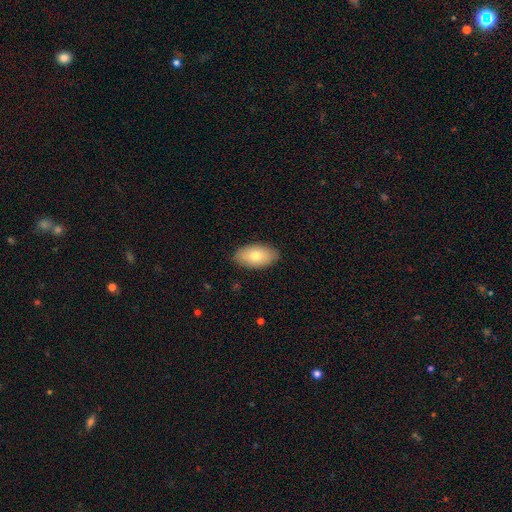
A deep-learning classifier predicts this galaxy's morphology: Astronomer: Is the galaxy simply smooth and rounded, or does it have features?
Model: smooth — 75%.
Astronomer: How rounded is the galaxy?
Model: in between — 94%.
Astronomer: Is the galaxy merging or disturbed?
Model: none — 87%.